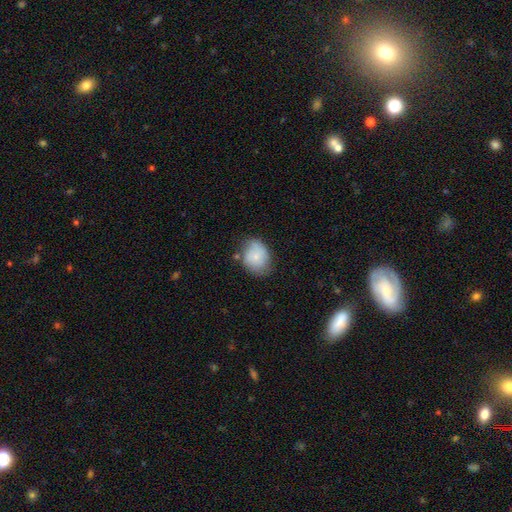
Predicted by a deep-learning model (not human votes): This is likely a smooth galaxy (69%). How rounded: possibly in between (54%). Merging: possibly none (59%).